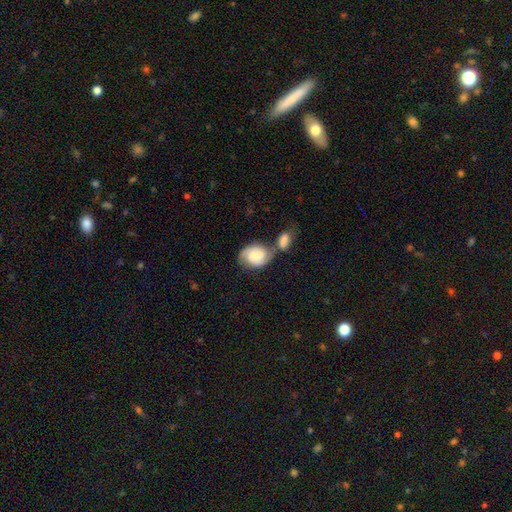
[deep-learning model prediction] Overall: featured or disk (59%; smooth 34%). Edge-on disk: no (97%). Bar: no (54%; weak 36%). Spiral arms: yes (92%). Spiral arm count: 2 (85%). Spiral winding: medium (44%; tight 38%). Bulge size: moderate (32%; small 26%). Merging: merger (48%; none 33%).